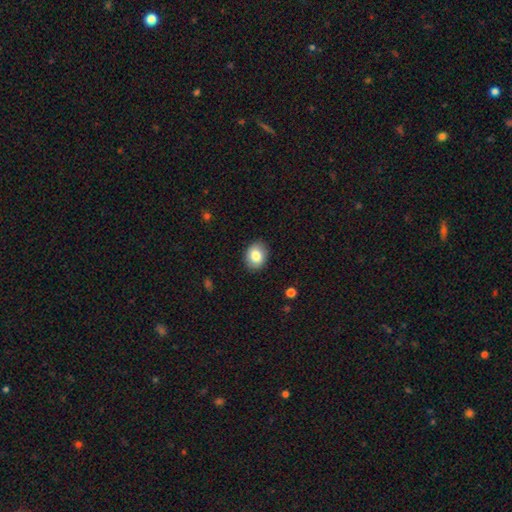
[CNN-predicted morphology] Smooth or featured? Predicted: smooth (p=0.83). How rounded? Predicted: in between (p=0.56). Merging? Predicted: none (p=0.89).